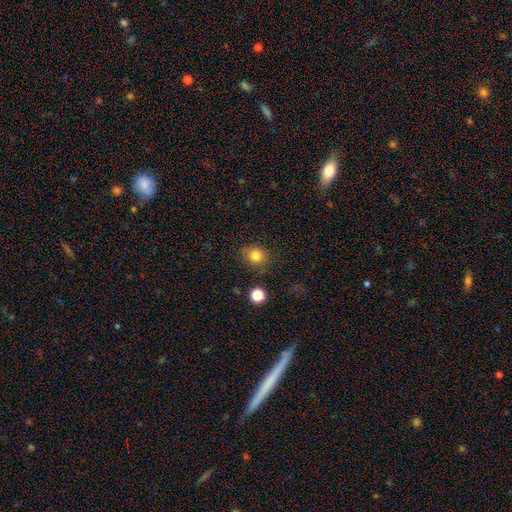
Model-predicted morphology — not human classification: smooth-or-featured: smooth: 82% | star or artifact: 12% | featured or disk: 6%
  how-rounded: round: 85% | in between: 14% | cigar-shaped: 1%
  merging: none: 80% | minor disturbance: 13% | major disturbance: 4% | merger: 3%